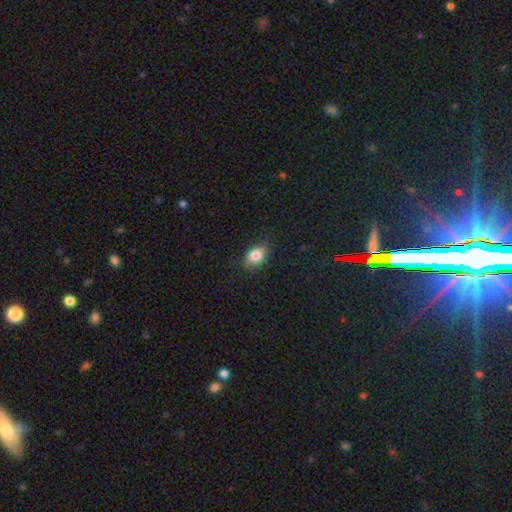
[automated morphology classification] type=smooth (78%); roundness=in between (76%); merging=none (77%).